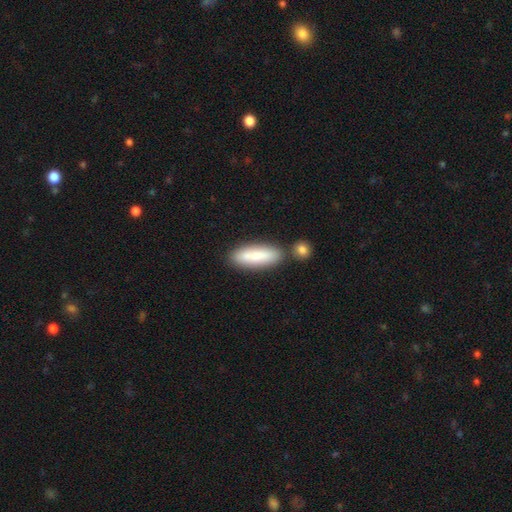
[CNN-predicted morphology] type=smooth (78%); roundness=cigar-shaped (63%); merging=none (78%).